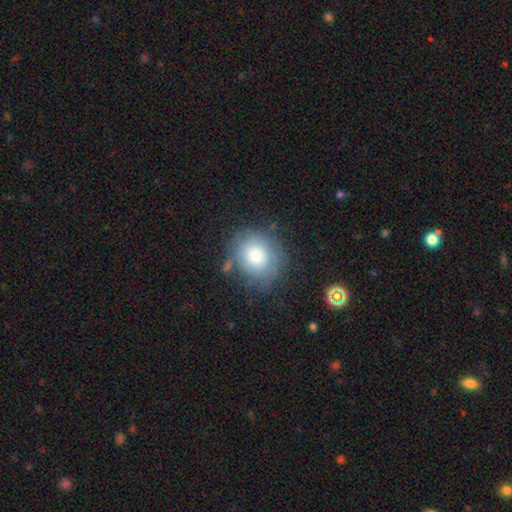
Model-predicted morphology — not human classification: type=smooth (63%); roundness=round (77%); merging=none (65%).